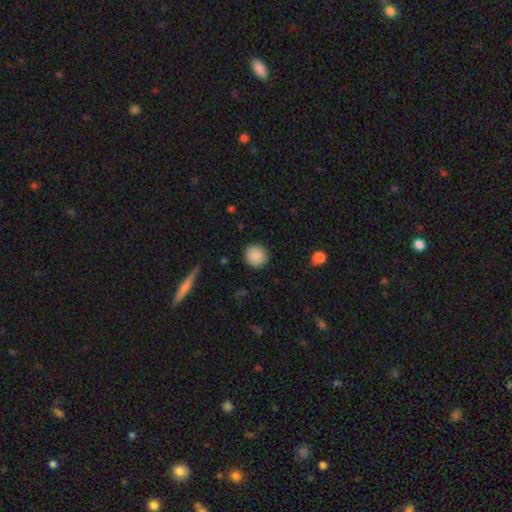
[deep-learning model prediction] This appears to be a smooth galaxy with no disk features (89%) that is round (87%). Merging: none (88%).